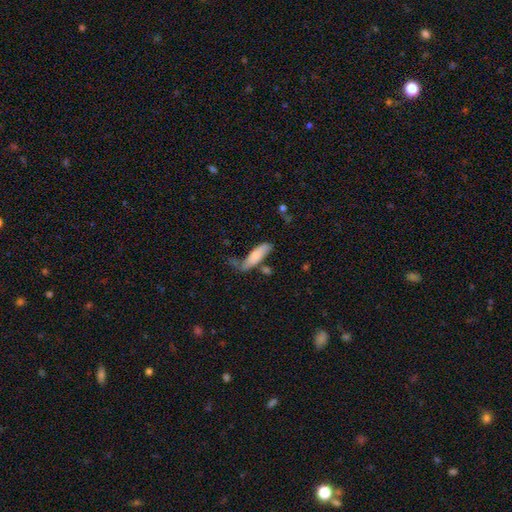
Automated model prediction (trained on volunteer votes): The model was most divided on "how rounded": cigar-shaped: 55%, in between: 43%, round: 2%. Remaining: smooth or featured — smooth (72%); merging — none (45%).